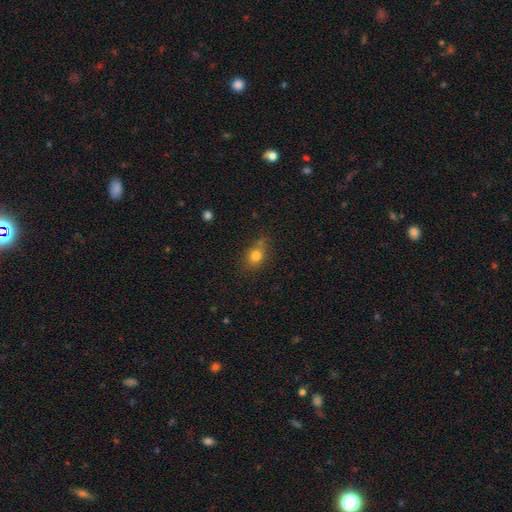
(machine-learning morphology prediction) A smooth galaxy with no disk features (79%) that is round (53%). Merging: none (68%).